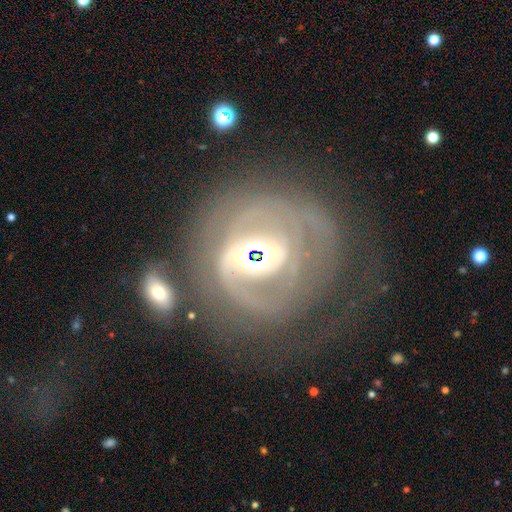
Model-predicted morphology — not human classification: featured or disk 78%, smooth 14%, star or artifact 9%. Down the decision tree: edge-on disk — no (95%); bar — no (34%, tied with strong); spiral arms — yes (74%); spiral arm count — 2 (41%); spiral winding — tight (59%); bulge size — moderate (49%); merging — none (61%).